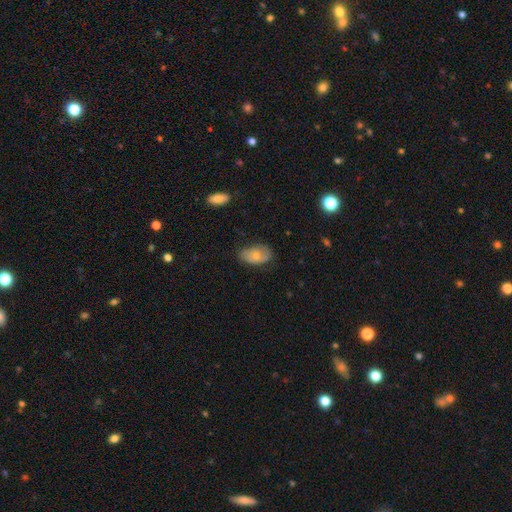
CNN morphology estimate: This appears to be a smooth galaxy with no disk features (68%) that is in between round and cigar-shaped (91%). Merging: none (62%).